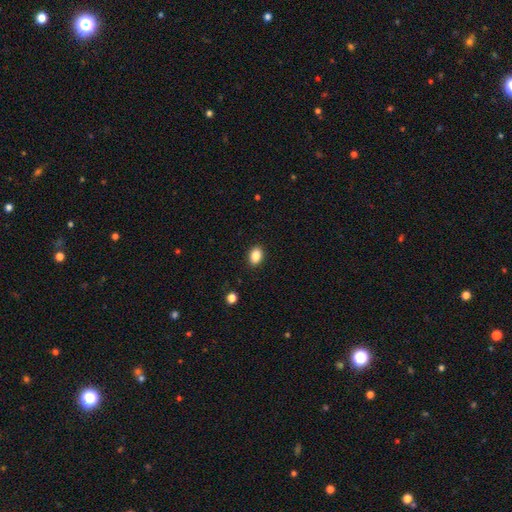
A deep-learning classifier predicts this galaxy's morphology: A smooth galaxy with no disk features (86%) that is in between round and cigar-shaped (80%).

Vote fractions:
- Smooth or featured? smooth: 86% / star or artifact: 9% / featured or disk: 5%
- How rounded? in between: 80% / round: 18% / cigar-shaped: 1%
- Merging? none: 90% / minor disturbance: 7% / major disturbance: 2% / merger: 1%